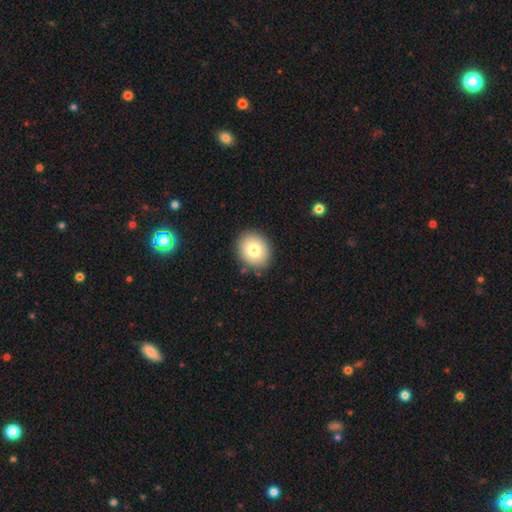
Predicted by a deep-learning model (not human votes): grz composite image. It shows a smooth galaxy with no disk features (78%) that is round (65%). Merging: none (88%).